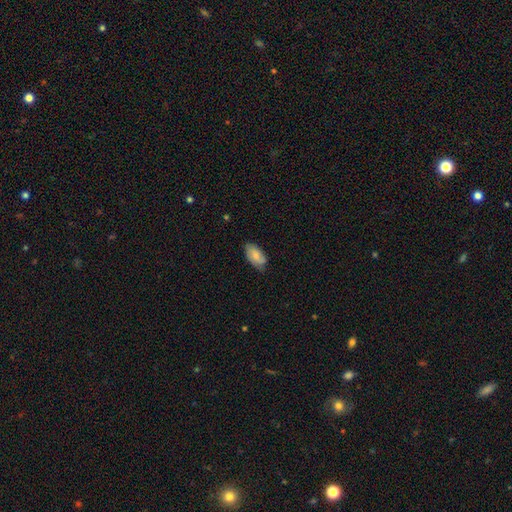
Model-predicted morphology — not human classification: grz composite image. It shows a smooth galaxy with no disk features (69%) that is in between round and cigar-shaped (93%). Merging: none (68%).